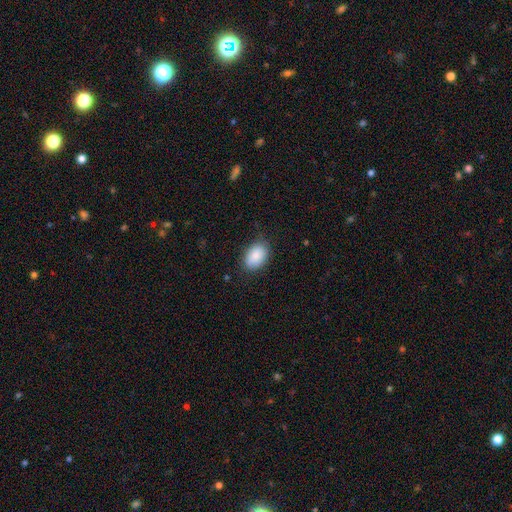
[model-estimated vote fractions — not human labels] Smooth or featured?
  - smooth: 88% *
  - star or artifact: 7%
  - featured or disk: 5%
How rounded?
  - in between: 86% *
  - round: 13%
  - cigar-shaped: 1%
Merging?
  - none: 80% *
  - minor disturbance: 15%
  - major disturbance: 3%
  - merger: 1%